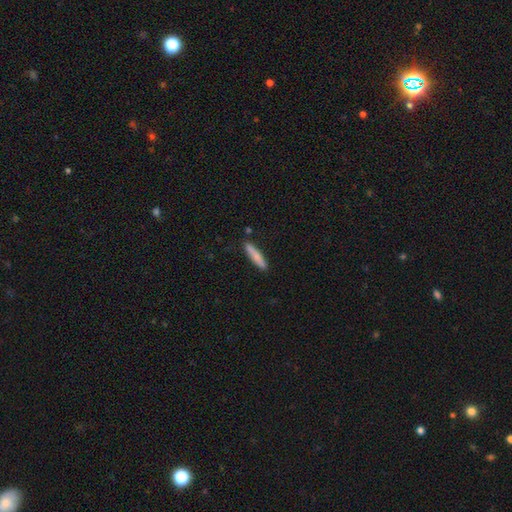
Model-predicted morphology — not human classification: Overall: smooth (80%). How rounded: cigar-shaped (89%). Merging: none (87%).